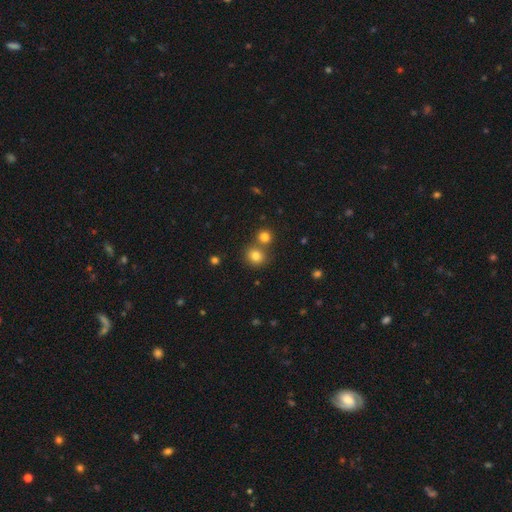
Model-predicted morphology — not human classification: The model was most divided on "merging": none: 64%, merger: 26%, minor disturbance: 8%, major disturbance: 3%. More confident: how rounded — round (80%); smooth or featured — smooth (80%).